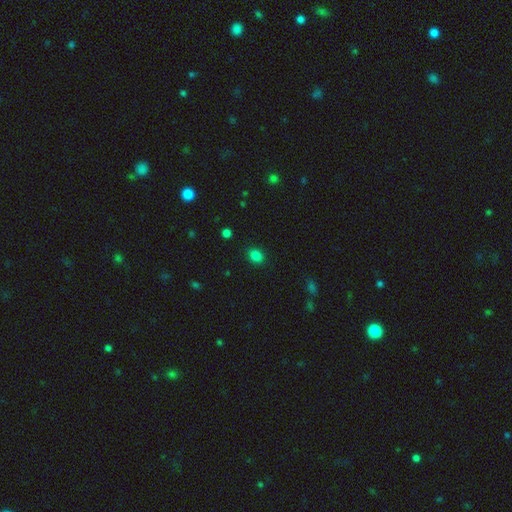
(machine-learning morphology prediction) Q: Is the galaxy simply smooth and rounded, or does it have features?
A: smooth — 84%.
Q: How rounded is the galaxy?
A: in between — 55%.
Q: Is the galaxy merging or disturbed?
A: none — 88%.